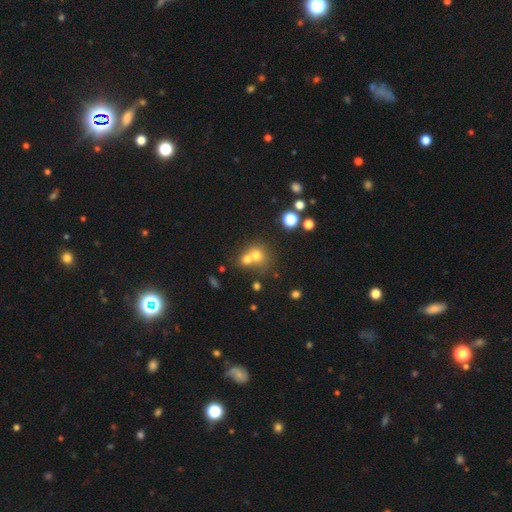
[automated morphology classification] smooth 68%, featured or disk 16%, star or artifact 16%. Down the decision tree: how rounded — round (76%); merging — merger (56%).